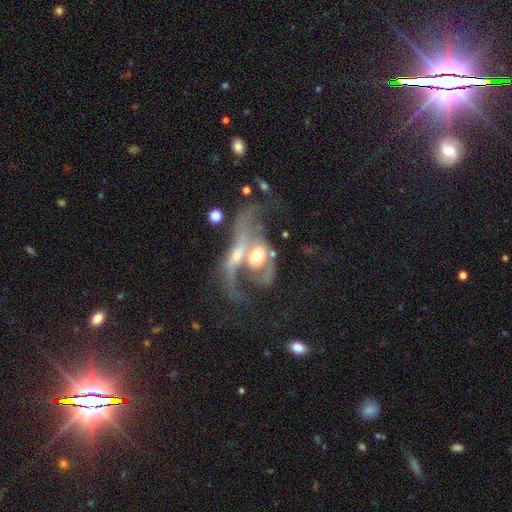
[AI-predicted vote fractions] Smooth or featured?
  - featured or disk: 73% *
  - smooth: 20%
  - star or artifact: 7%
Edge-on disk?
  - no: 89% *
  - yes: 11%
Bar?
  - no: 66% *
  - weak: 24%
  - strong: 10%
Spiral arms?
  - yes: 66% *
  - no: 34%
Bulge size?
  - moderate: 64% *
  - small: 17%
  - large: 14%
  - none: 3%
  - dominant: 2%
Merging?
  - merger: 65% *
  - major disturbance: 18%
  - none: 11%
  - minor disturbance: 6%